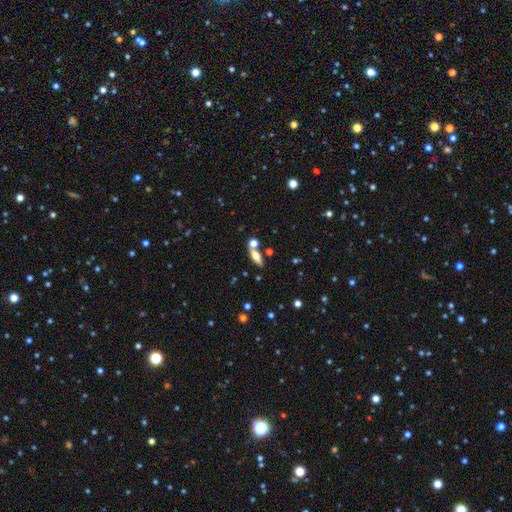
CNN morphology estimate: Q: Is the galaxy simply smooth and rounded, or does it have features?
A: smooth — 56%.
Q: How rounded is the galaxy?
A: in between — 53%.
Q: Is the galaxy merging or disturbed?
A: none — 66%.